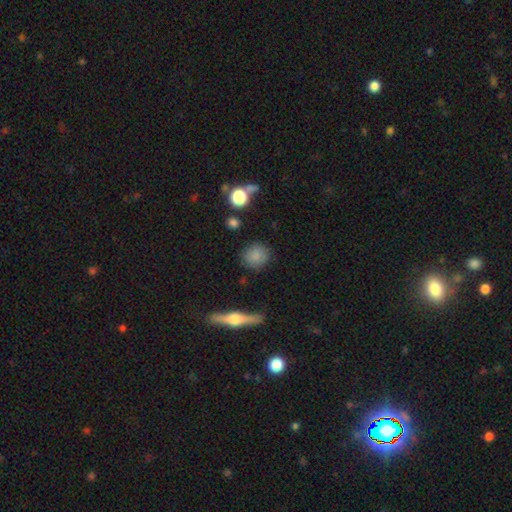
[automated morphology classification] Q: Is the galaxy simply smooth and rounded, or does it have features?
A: smooth — 82%.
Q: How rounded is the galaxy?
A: round — 83%.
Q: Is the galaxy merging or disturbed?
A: none — 83%.